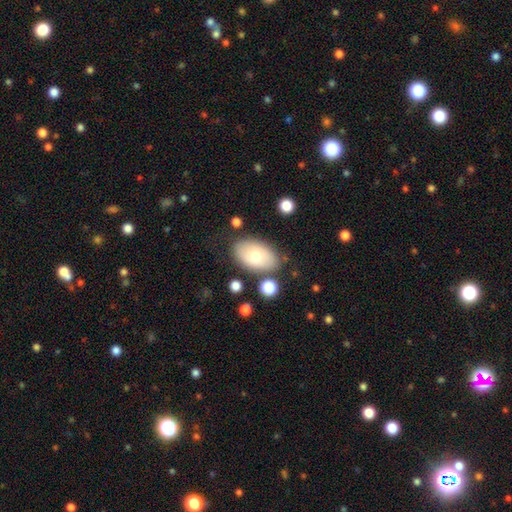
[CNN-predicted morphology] Overall: smooth (69%). How rounded: in between (90%). Merging: none (77%).